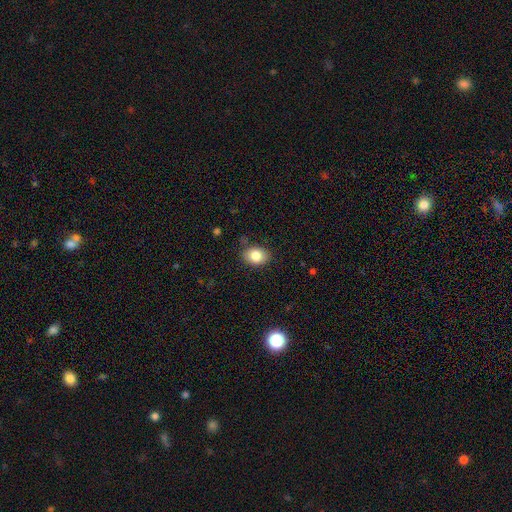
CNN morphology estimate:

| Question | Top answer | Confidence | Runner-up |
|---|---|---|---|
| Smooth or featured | smooth | 82% | star or artifact (9%) |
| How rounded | in between | 67% | round (32%) |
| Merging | none | 82% | minor disturbance (13%) |